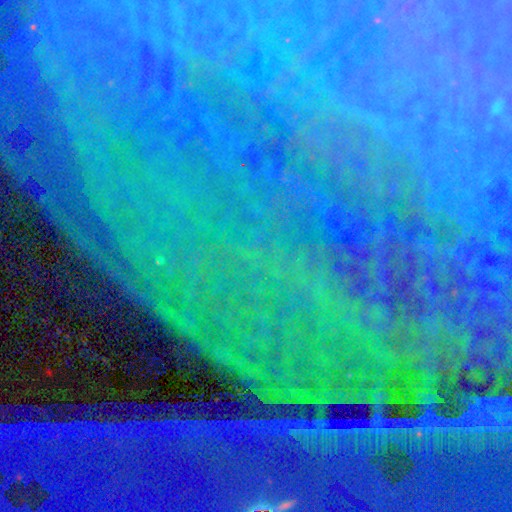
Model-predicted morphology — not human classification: smooth-or-featured: star or artifact: 85% | featured or disk: 8% | smooth: 7%